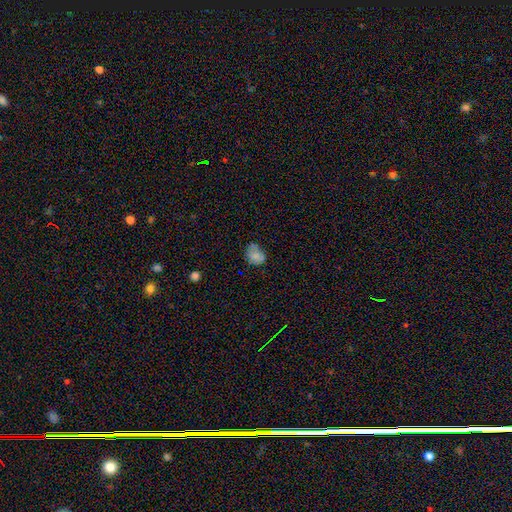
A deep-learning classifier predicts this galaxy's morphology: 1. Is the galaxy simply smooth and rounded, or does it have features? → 75% smooth, 14% featured or disk, 11% star or artifact.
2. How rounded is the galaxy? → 53% in between, 46% round, 1% cigar-shaped.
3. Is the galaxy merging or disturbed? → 54% none, 30% minor disturbance, 10% major disturbance, 6% merger.